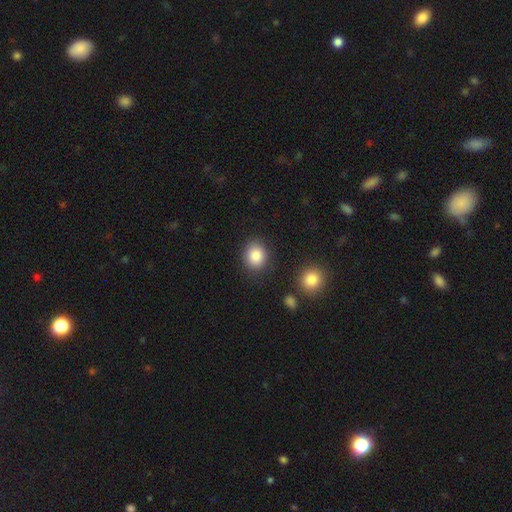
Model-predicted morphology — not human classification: smooth-or-featured: smooth: 86% | star or artifact: 8% | featured or disk: 6%
  how-rounded: round: 67% | in between: 32% | cigar-shaped: 1%
  merging: none: 83% | minor disturbance: 10% | major disturbance: 3% | merger: 3%